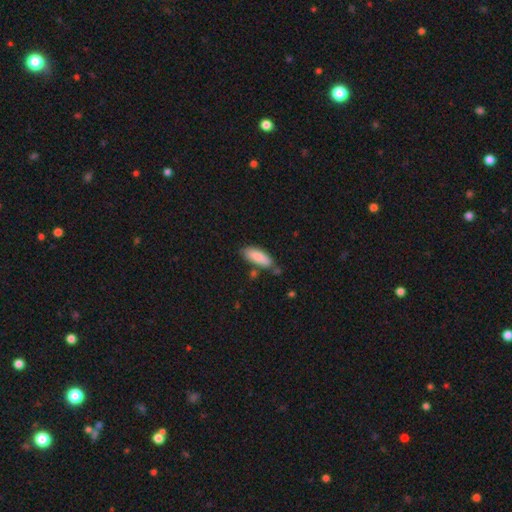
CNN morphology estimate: Smooth or featured: smooth — 88% (featured or disk — 7%)
How rounded: in between — 70% (cigar-shaped — 29%)
Merging: none — 69% (minor disturbance — 19%)